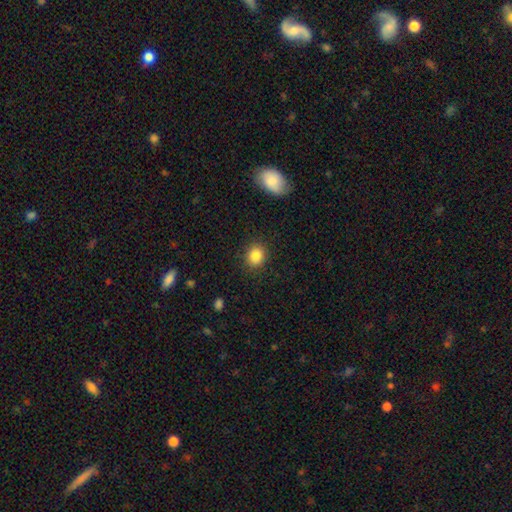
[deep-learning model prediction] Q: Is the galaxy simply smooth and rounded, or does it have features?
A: smooth — 85%.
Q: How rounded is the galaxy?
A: round — 72%.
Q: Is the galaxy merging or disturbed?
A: none — 88%.